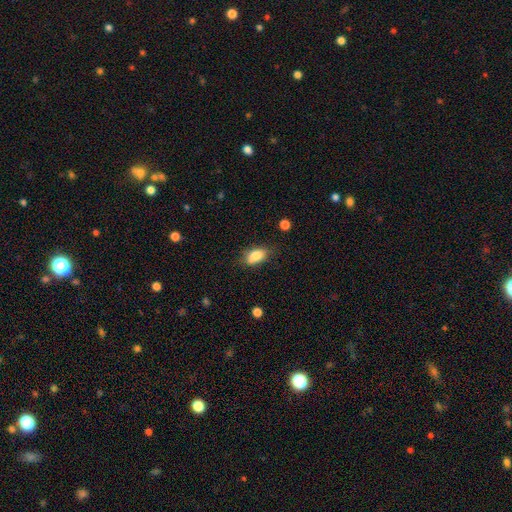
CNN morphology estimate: Smooth or featured? Predicted: smooth (p=0.84). How rounded? Predicted: in between (p=0.88). Merging? Predicted: none (p=0.73).